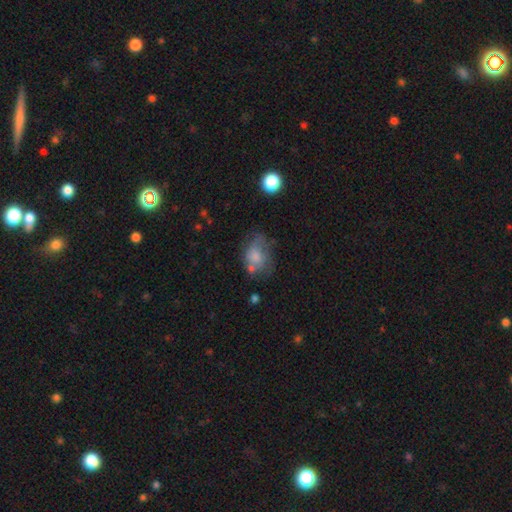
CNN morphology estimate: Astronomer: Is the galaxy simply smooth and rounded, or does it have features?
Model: smooth — 71%.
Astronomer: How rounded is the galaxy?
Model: in between — 68%.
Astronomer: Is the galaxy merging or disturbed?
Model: none — 40% (runner-up: minor disturbance, 30%).